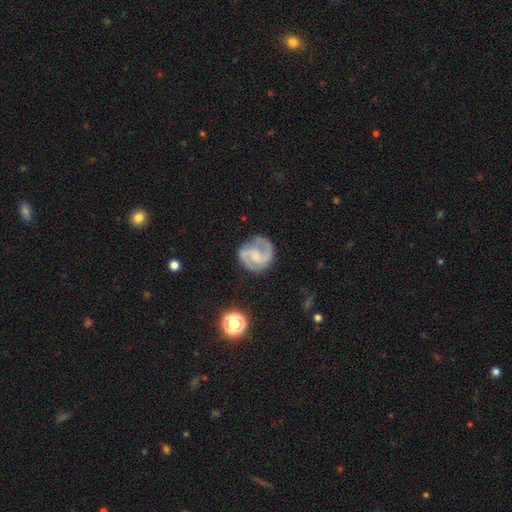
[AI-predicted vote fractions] This is clearly a featured or disk galaxy (84%). It is clearly not viewed edge-on (98%). Bar: possibly weak (47%). Spiral arm pattern: clearly yes (97%). Spiral arm count: clearly 2 (87%). Spiral winding: possibly medium (55%). Central bulge: marginally small (42%). Merging: likely none (75%).